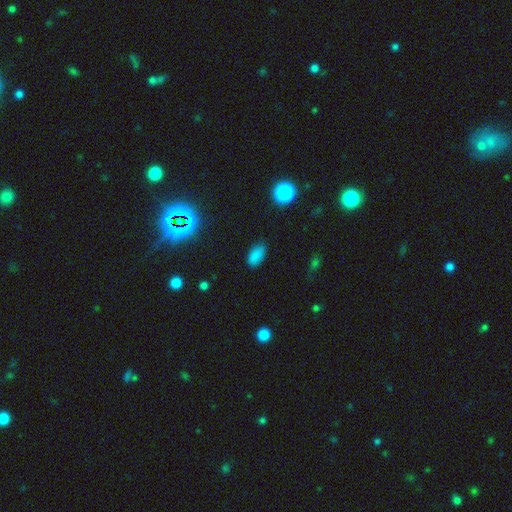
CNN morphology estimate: A smooth galaxy with no disk features (81%) that is in between round and cigar-shaped (92%). Merging: none (80%).